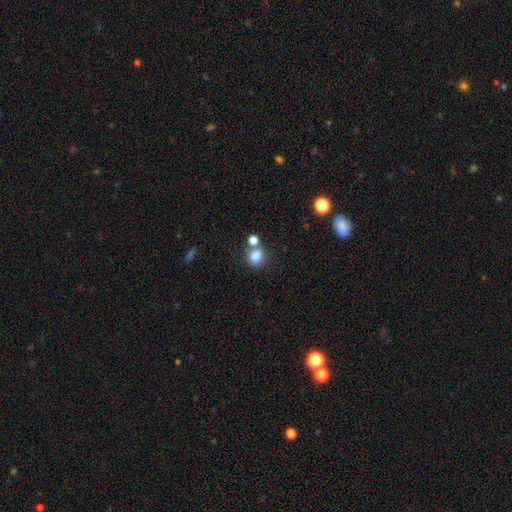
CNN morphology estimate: smooth 82%, star or artifact 11%, featured or disk 7%. Down the decision tree: how rounded — round (54%); merging — none (52%).